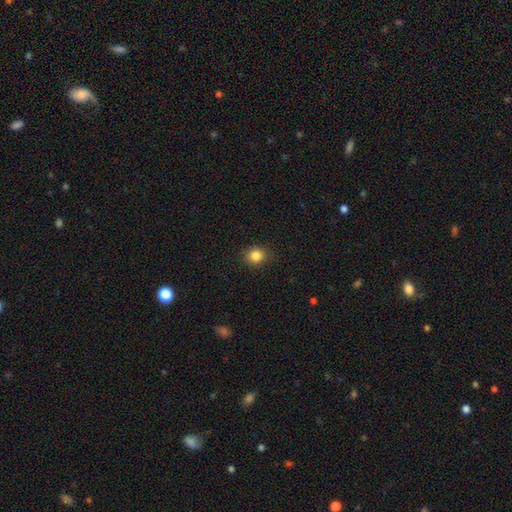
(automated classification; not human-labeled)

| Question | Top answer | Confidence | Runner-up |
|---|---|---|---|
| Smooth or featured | smooth | 85% | star or artifact (11%) |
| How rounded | round | 82% | in between (17%) |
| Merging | none | 89% | minor disturbance (8%) |